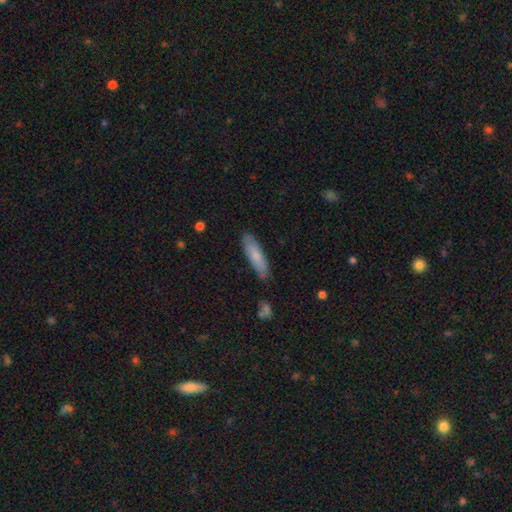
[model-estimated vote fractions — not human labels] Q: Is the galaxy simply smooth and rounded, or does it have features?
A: smooth — 76%.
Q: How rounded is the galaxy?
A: cigar-shaped — 65%.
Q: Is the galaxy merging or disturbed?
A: none — 82%.